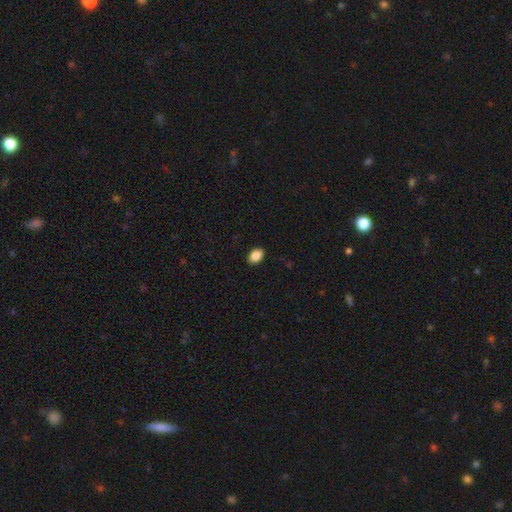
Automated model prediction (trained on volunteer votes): Morphology: type=smooth (88%); roundness=in between (76%); merging=none (90%).